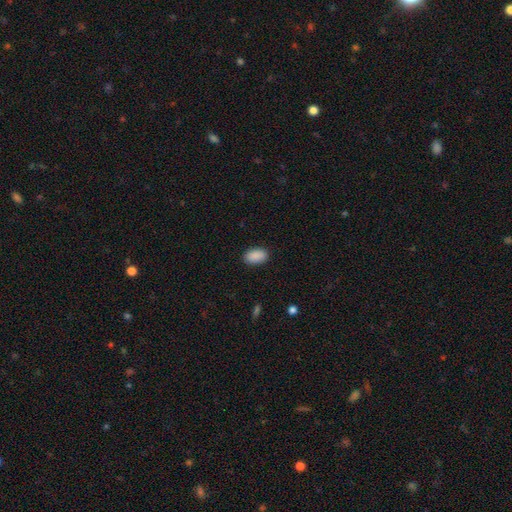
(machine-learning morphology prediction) A smooth galaxy with no disk features (90%) that is in between round and cigar-shaped (92%). Merging: none (88%).